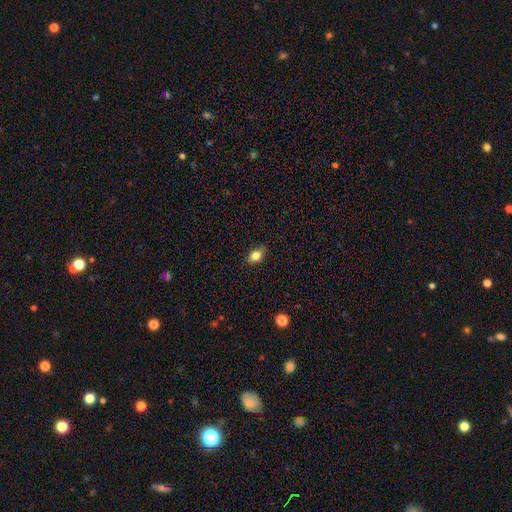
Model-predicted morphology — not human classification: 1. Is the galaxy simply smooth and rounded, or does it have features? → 83% smooth, 9% star or artifact, 8% featured or disk.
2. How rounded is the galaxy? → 78% in between, 19% round, 3% cigar-shaped.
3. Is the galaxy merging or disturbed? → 81% none, 15% minor disturbance, 3% major disturbance, 1% merger.